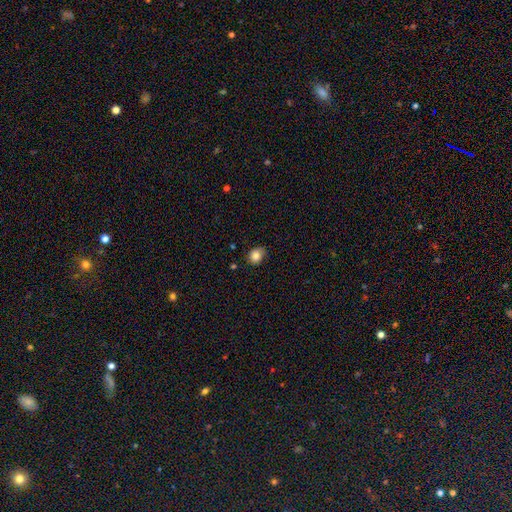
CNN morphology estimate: Q: Smooth or featured?
A: smooth (82%); runner-up: star or artifact (10%)
Q: How rounded?
A: round (58%); runner-up: in between (41%)
Q: Merging?
A: none (76%); runner-up: minor disturbance (20%)